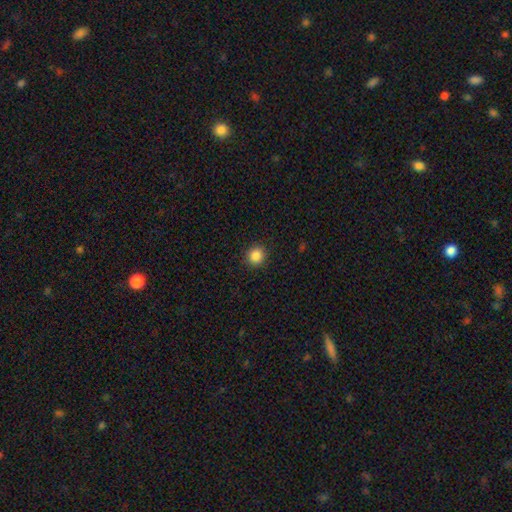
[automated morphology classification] The model was most divided on "smooth or featured": smooth: 87%, star or artifact: 10%, featured or disk: 3%. More confident: merging — none (91%); how rounded — round (89%).